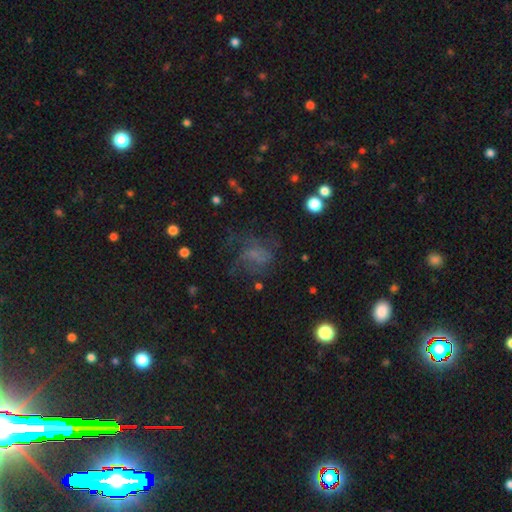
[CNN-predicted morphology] Smooth or featured: featured or disk — 41% (smooth — 35%)
Merging: none — 46% (major disturbance — 31%)